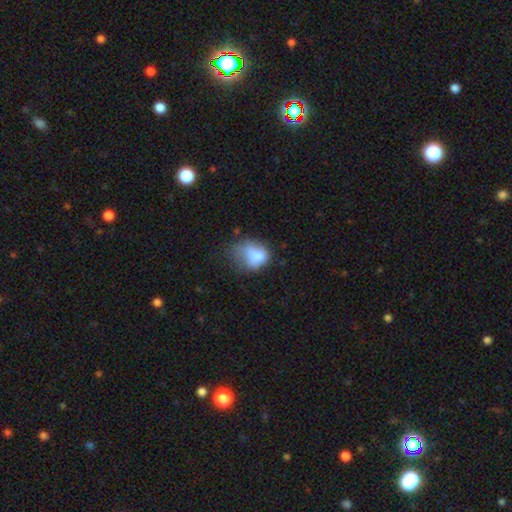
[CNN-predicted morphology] Overall: smooth (70%). How rounded: in between (62%; round 37%). Merging: major disturbance (38%; minor disturbance 30%).